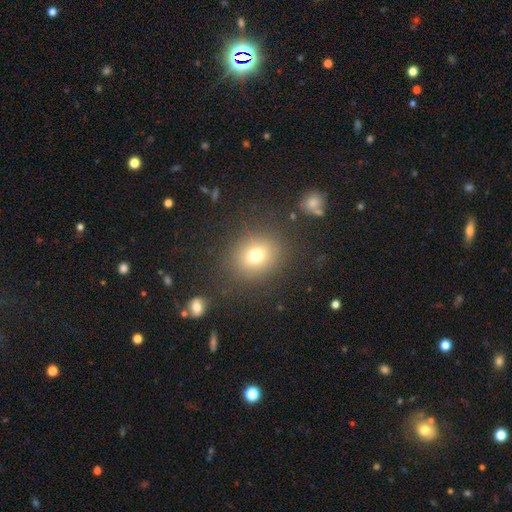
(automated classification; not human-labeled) This appears to be a smooth galaxy with no disk features (73%) that is round (72%). Merging: none (83%).